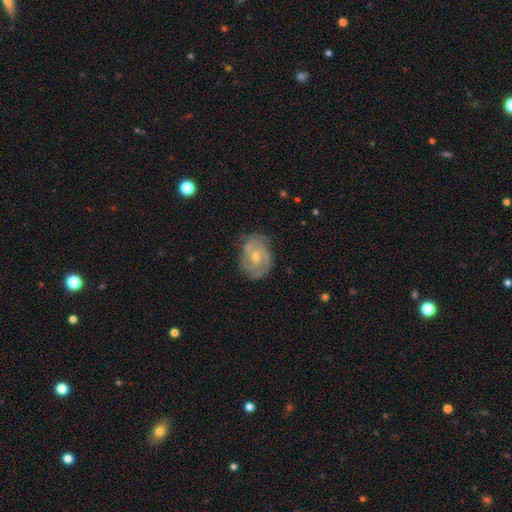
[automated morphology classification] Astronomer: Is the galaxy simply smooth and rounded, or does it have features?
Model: featured or disk — 78%.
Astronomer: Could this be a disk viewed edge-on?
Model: no — 97%.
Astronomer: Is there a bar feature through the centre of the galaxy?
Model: no — 53% (runner-up: weak, 39%).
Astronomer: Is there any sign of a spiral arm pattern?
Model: yes — 90%.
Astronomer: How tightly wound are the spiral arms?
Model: tight — 53% (runner-up: medium, 37%).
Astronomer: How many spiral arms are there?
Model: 2 — 44% (runner-up: can't tell, 24%).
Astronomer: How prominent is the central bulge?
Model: small — 55% (runner-up: moderate, 41%).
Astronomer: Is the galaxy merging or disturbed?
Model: none — 69%.